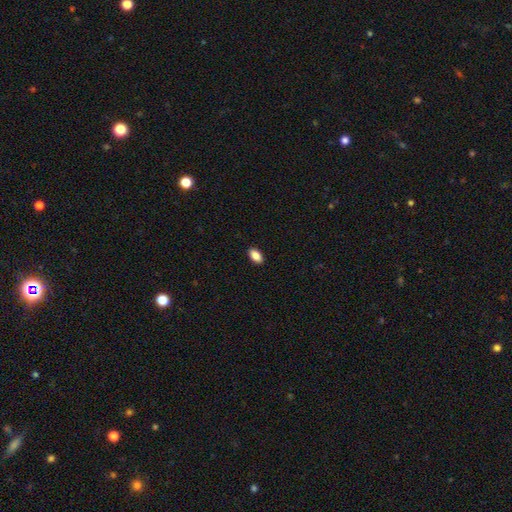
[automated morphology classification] A smooth galaxy with no disk features (87%) that is in between round and cigar-shaped (92%).

Vote fractions:
- Smooth or featured? smooth: 87% / star or artifact: 8% / featured or disk: 5%
- How rounded? in between: 92% / round: 5% / cigar-shaped: 3%
- Merging? none: 90% / minor disturbance: 7% / major disturbance: 2% / merger: 1%